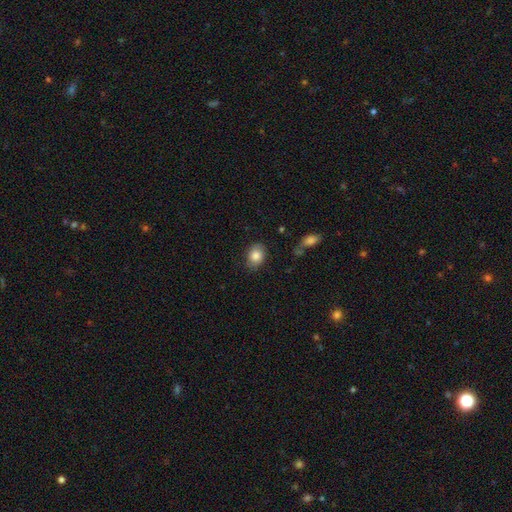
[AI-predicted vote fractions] Smooth or featured? Predicted: smooth (p=0.82). How rounded? Predicted: in between (p=0.61). Merging? Predicted: none (p=0.78).